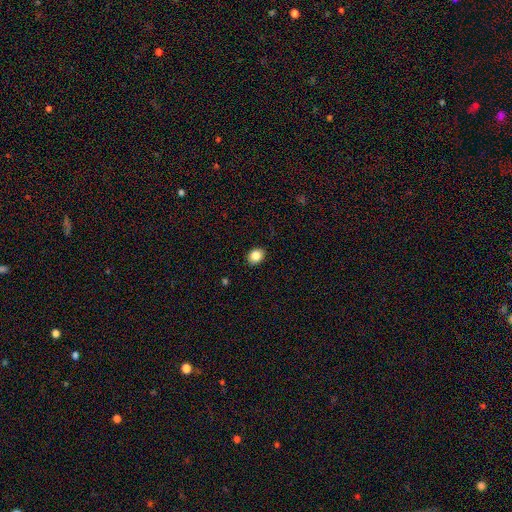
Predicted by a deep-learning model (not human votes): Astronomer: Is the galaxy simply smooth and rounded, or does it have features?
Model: smooth — 85%.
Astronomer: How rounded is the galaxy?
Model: in between — 51% (runner-up: round, 48%).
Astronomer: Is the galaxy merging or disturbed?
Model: none — 89%.